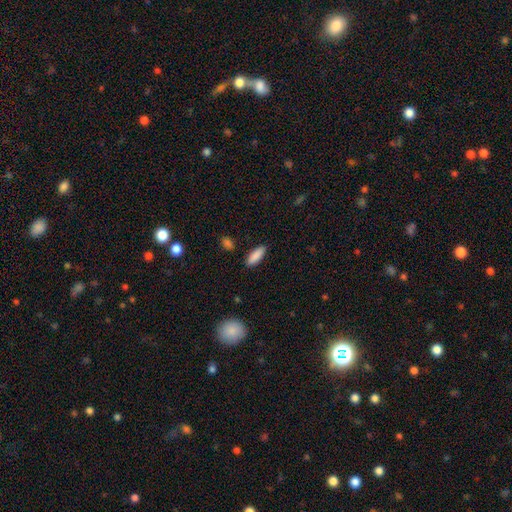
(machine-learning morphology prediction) Smooth or featured: smooth — 89% (star or artifact — 6%)
How rounded: in between — 64% (cigar-shaped — 34%)
Merging: none — 88% (minor disturbance — 9%)